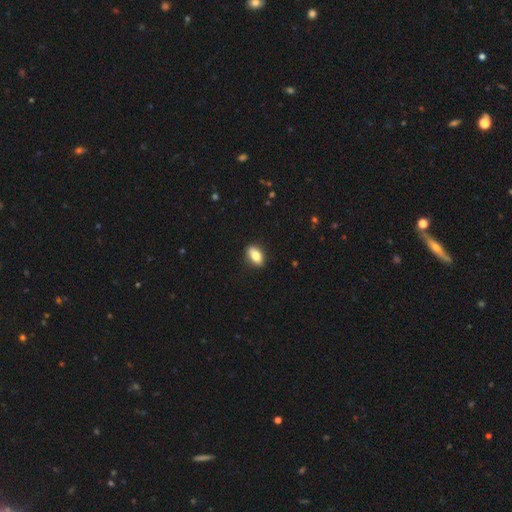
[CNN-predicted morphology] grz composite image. It shows a smooth galaxy with no disk features (75%) that is in between round and cigar-shaped (86%). Merging: none (88%).